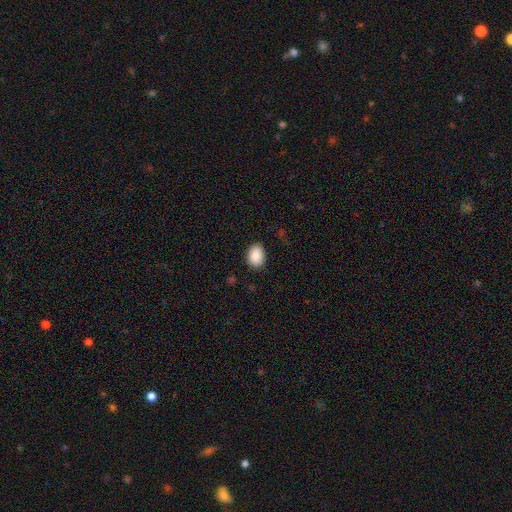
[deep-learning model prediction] Morphology: type=smooth (90%); roundness=in between (78%); merging=none (86%).